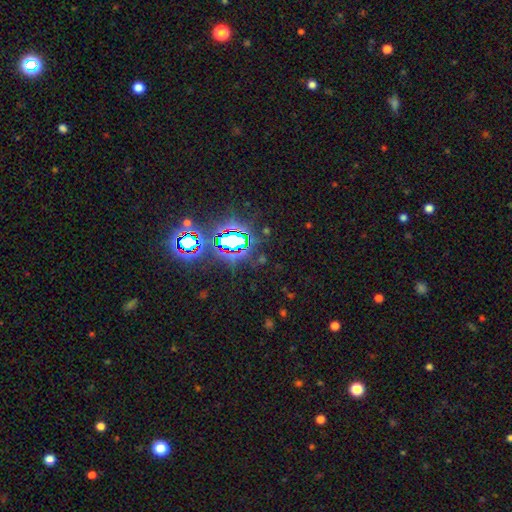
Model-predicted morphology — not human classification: Q: Smooth or featured?
A: star or artifact (82%); runner-up: smooth (10%)